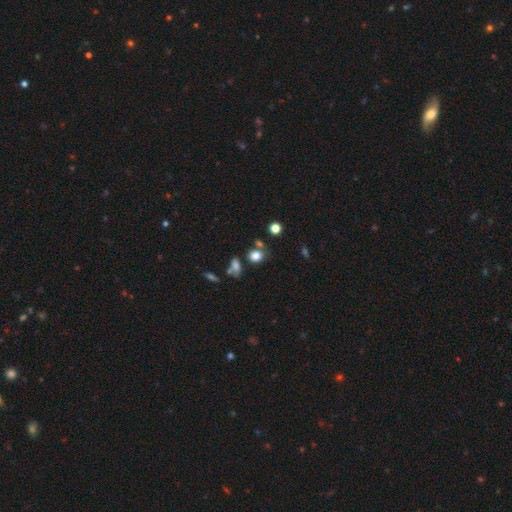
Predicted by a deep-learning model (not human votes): Smooth or featured: smooth — 78% (star or artifact — 15%)
How rounded: round — 61% (in between — 38%)
Merging: none — 59% (merger — 20%)